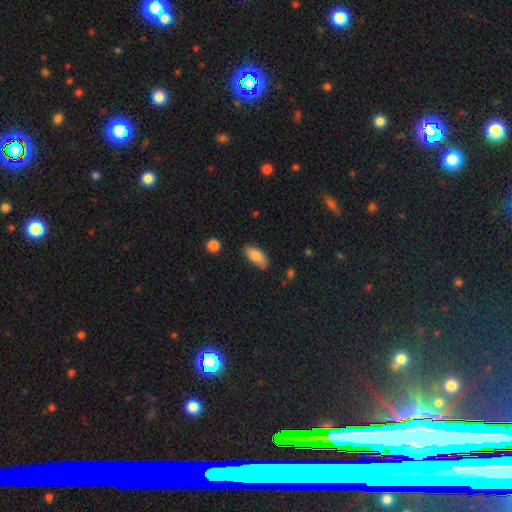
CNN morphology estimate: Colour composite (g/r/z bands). It shows a smooth galaxy with no disk features (82%) that is in between round and cigar-shaped (91%). Merging: none (77%).